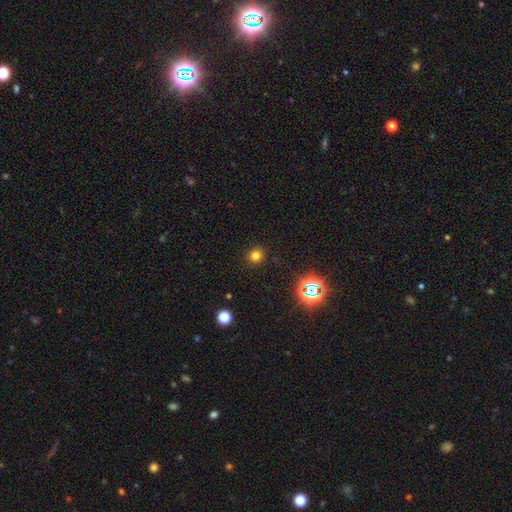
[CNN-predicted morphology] smooth 74%, star or artifact 20%, featured or disk 6%. Down the decision tree: how rounded — round (86%); merging — none (90%).